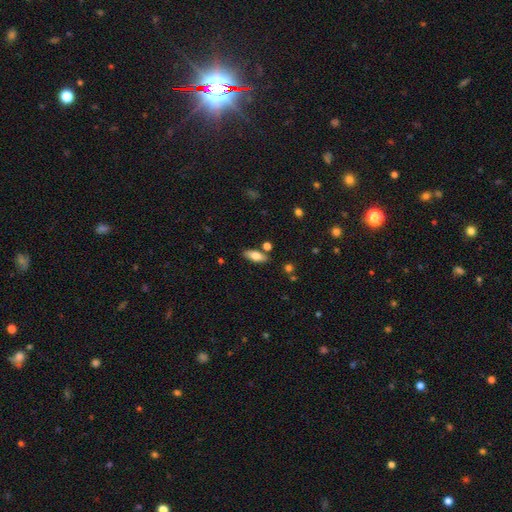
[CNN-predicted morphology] smooth-or-featured: smooth: 73% | featured or disk: 20% | star or artifact: 7%
  how-rounded: in between: 73% | cigar-shaped: 25% | round: 3%
  merging: none: 81% | minor disturbance: 11% | merger: 6% | major disturbance: 2%